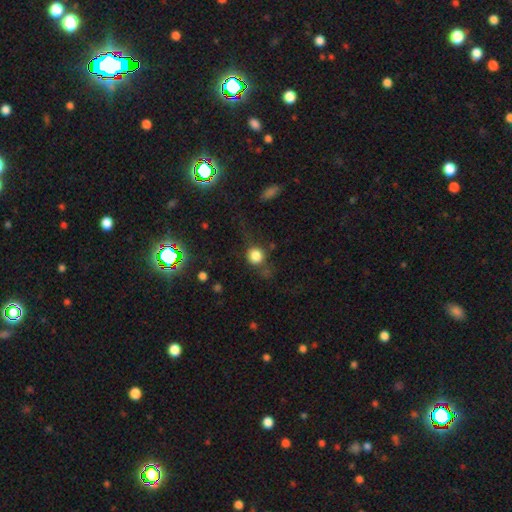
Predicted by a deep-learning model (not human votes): Smooth or featured? Predicted: smooth (p=0.79). How rounded? Predicted: round (p=0.85). Merging? Predicted: none (p=0.63).